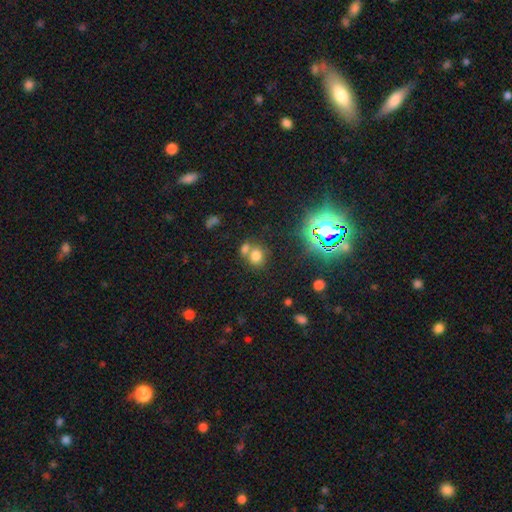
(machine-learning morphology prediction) A smooth galaxy with no disk features (70%) that is round (69%).

Vote fractions:
- Smooth or featured? smooth: 70% / star or artifact: 20% / featured or disk: 9%
- How rounded? round: 69% / in between: 30% / cigar-shaped: 1%
- Merging? none: 48% / merger: 40% / minor disturbance: 8% / major disturbance: 4%